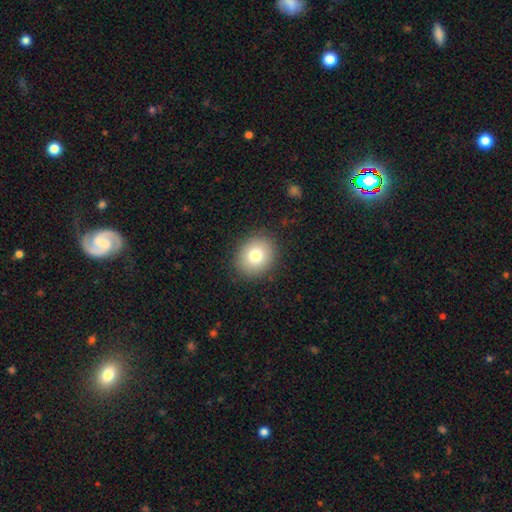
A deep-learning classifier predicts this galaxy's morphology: smooth 70%, star or artifact 17%, featured or disk 12%. Down the decision tree: how rounded — round (73%); merging — none (90%).